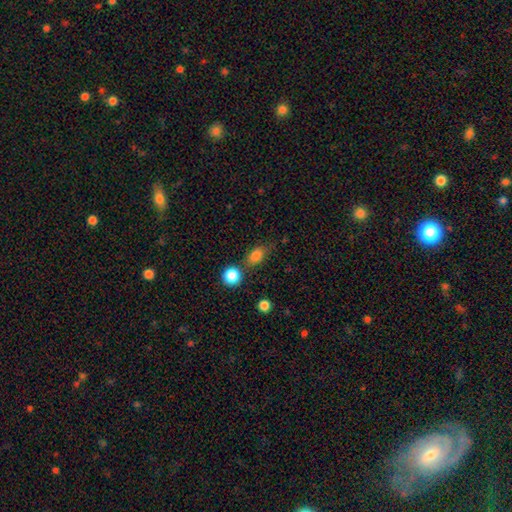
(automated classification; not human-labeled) smooth 80%, star or artifact 12%, featured or disk 8%. Down the decision tree: how rounded — in between (67%); merging — none (61%).